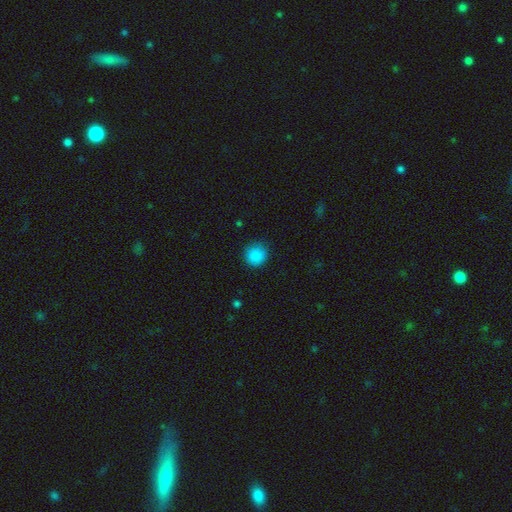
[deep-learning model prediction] smooth-or-featured: smooth: 88% | star or artifact: 10% | featured or disk: 3%
  how-rounded: round: 92% | in between: 7% | cigar-shaped: 1%
  merging: none: 87% | minor disturbance: 10% | major disturbance: 3% | merger: 1%